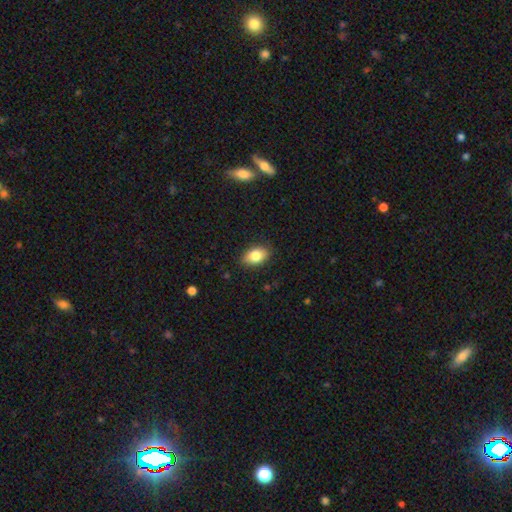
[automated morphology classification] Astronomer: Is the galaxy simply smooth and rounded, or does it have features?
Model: smooth — 81%.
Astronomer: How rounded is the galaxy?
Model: in between — 87%.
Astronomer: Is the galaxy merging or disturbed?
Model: none — 86%.